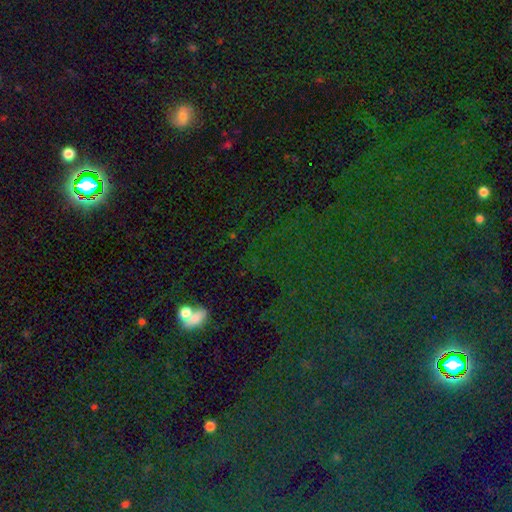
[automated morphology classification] A star or artifact, not a galaxy (75%).